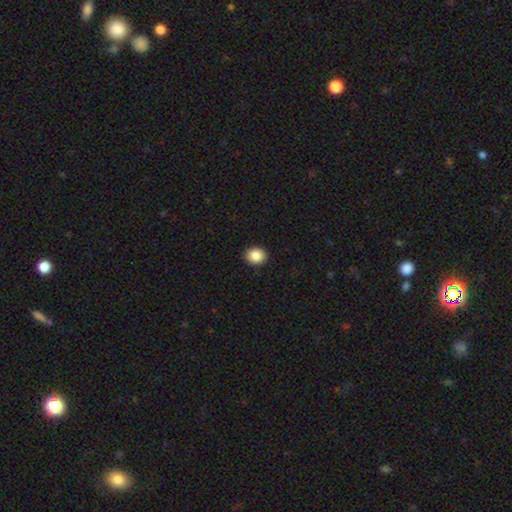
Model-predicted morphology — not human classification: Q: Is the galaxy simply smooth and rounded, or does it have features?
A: smooth — 87%.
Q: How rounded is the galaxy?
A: round — 67%.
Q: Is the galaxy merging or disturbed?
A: none — 92%.